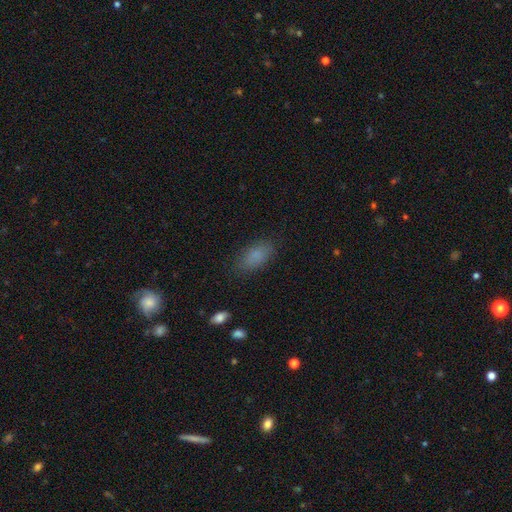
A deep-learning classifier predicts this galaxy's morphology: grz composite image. It shows a smooth galaxy with no disk features (83%) that is in between round and cigar-shaped (89%). Merging: none (81%).